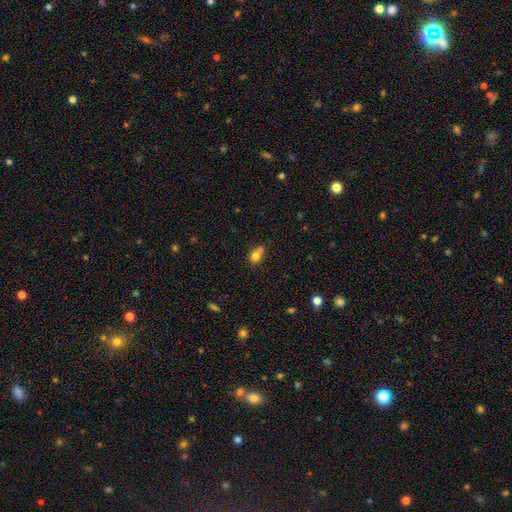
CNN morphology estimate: Smooth or featured? Predicted: smooth (p=0.76). How rounded? Predicted: round (p=0.52). Merging? Predicted: none (p=0.38).